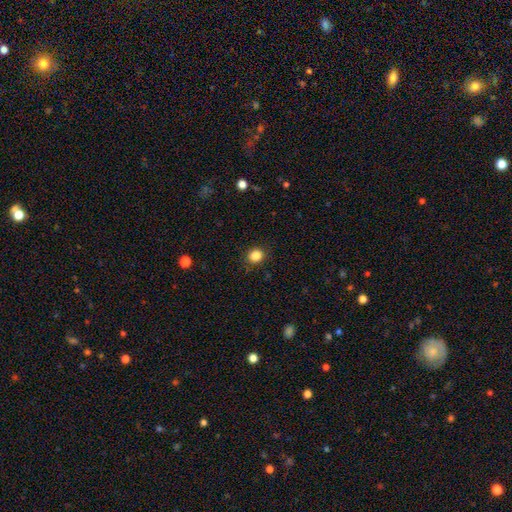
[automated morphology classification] smooth_or_featured: smooth (p=0.86) [alt: star or artifact p=0.11]
how_rounded: round (p=0.77) [alt: in between p=0.22]
merging: none (p=0.88) [alt: minor disturbance p=0.08]